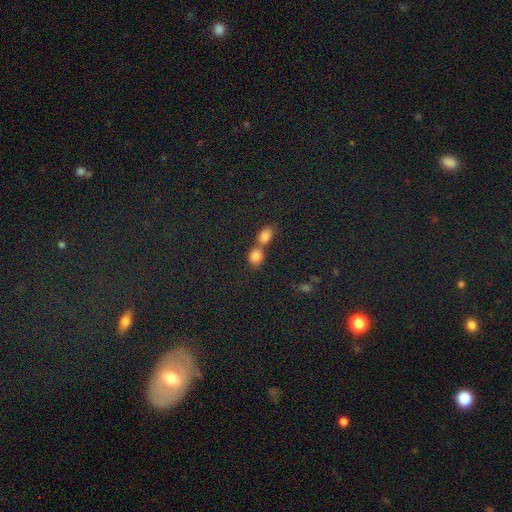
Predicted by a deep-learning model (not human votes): A smooth galaxy with no disk features (81%) that is round (61%). Merging: merger (56%).